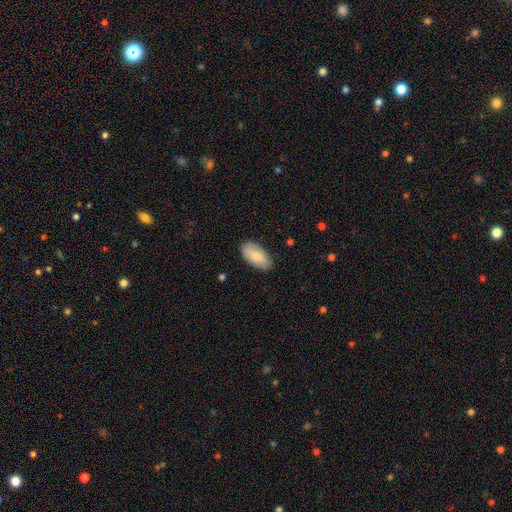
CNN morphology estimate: Overall: smooth (81%). How rounded: in between (94%). Merging: none (83%).